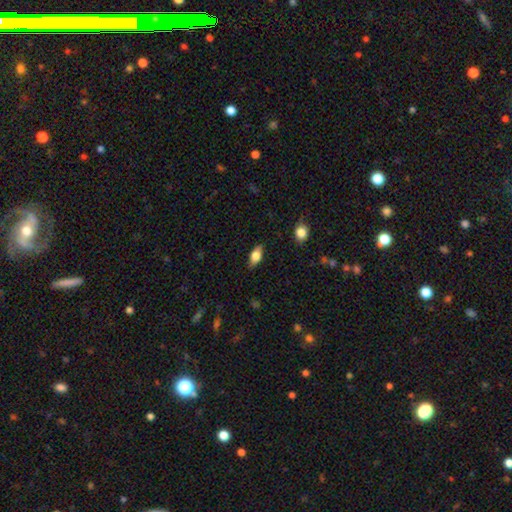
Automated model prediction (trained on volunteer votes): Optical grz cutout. It shows a smooth galaxy with no disk features (64%) that is in between round and cigar-shaped (82%). Merging: none (84%).